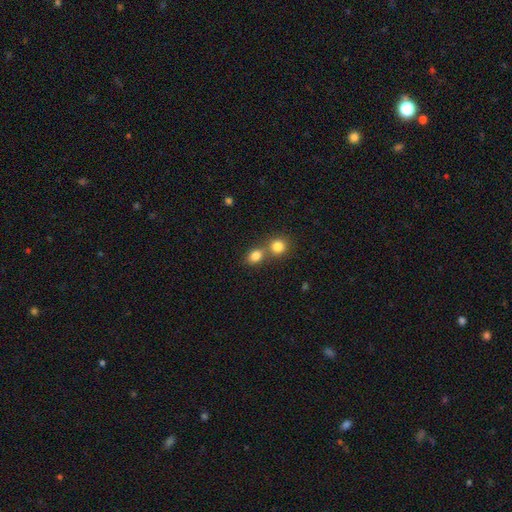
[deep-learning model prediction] smooth 82%, star or artifact 11%, featured or disk 7%. Down the decision tree: how rounded — in between (55%); merging — merger (46%).